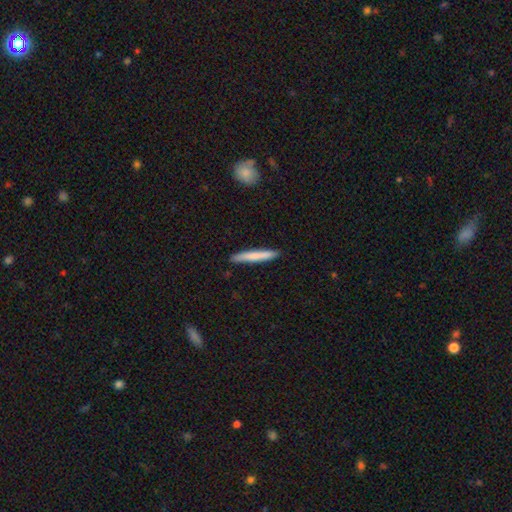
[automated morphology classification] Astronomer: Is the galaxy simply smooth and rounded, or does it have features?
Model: smooth — 74%.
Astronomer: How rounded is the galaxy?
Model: cigar-shaped — 95%.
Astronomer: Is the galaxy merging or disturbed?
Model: none — 90%.